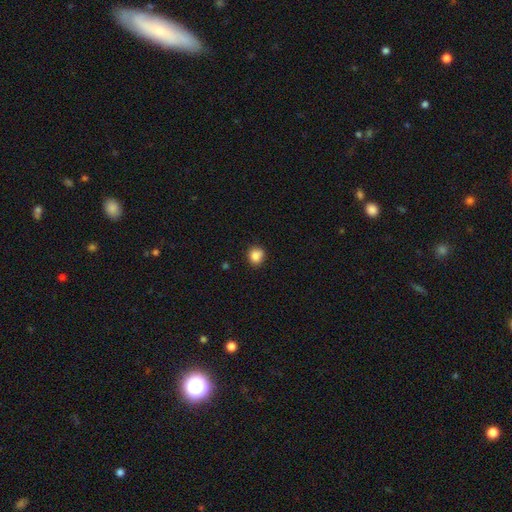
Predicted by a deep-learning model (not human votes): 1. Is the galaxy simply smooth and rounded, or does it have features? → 85% smooth, 10% star or artifact, 5% featured or disk.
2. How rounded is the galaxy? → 79% round, 20% in between, 1% cigar-shaped.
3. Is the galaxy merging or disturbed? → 77% none, 17% minor disturbance, 3% major disturbance, 3% merger.